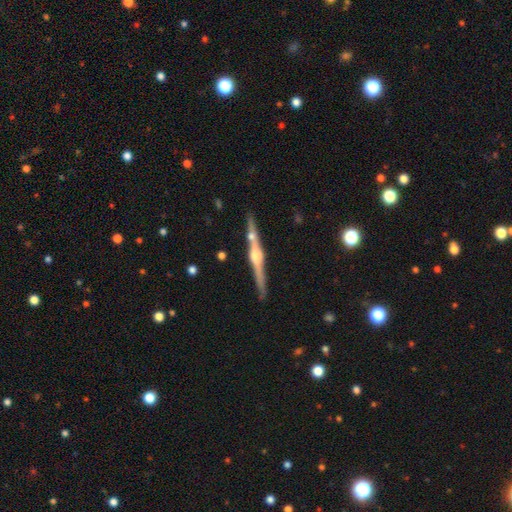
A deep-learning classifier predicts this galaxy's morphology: Overall: featured or disk (84%). Edge-on disk: yes (98%). Edge-on bulge: rounded (85%). Merging: none (85%).